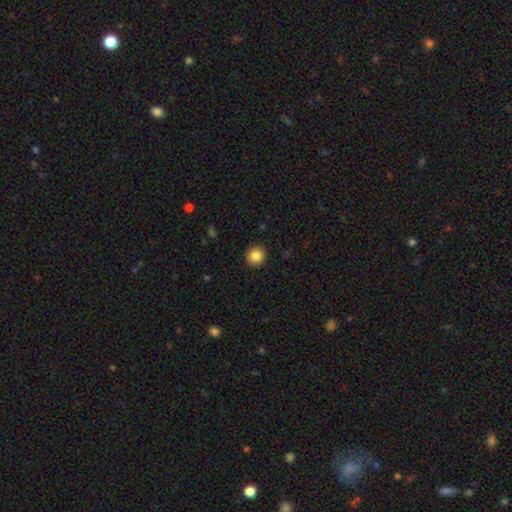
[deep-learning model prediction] Smooth or featured: smooth — 84% (star or artifact — 10%)
How rounded: round — 91% (in between — 8%)
Merging: none — 92% (minor disturbance — 5%)